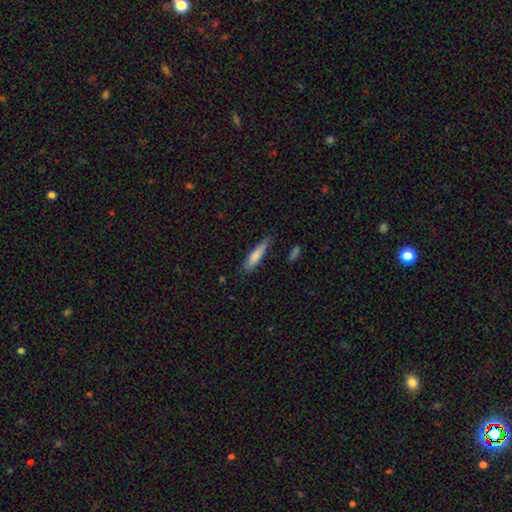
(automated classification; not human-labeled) Q: Smooth or featured?
A: smooth (80%); runner-up: featured or disk (14%)
Q: How rounded?
A: cigar-shaped (77%); runner-up: in between (21%)
Q: Merging?
A: none (73%); runner-up: minor disturbance (21%)